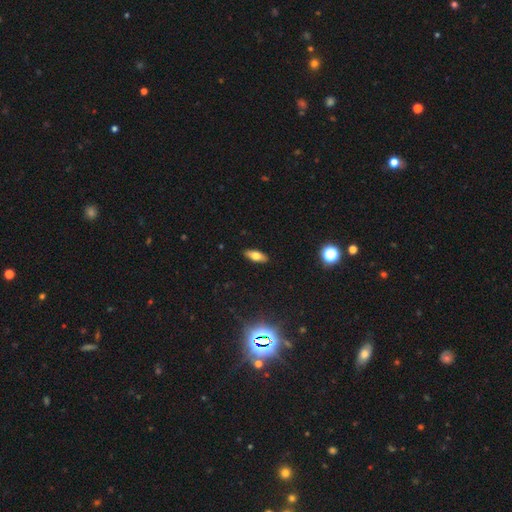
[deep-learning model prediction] Smooth or featured?
  - smooth: 65% *
  - featured or disk: 27%
  - star or artifact: 9%
How rounded?
  - in between: 75% *
  - cigar-shaped: 22%
  - round: 3%
Merging?
  - none: 90% *
  - minor disturbance: 8%
  - major disturbance: 2%
  - merger: 1%